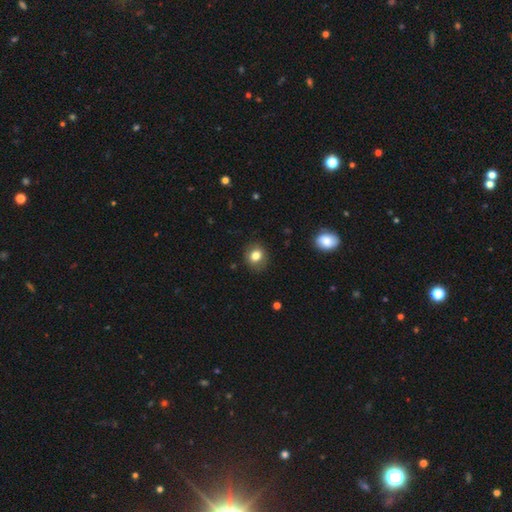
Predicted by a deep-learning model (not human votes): A smooth galaxy with no disk features (80%) that is round (68%). Merging: none (84%).